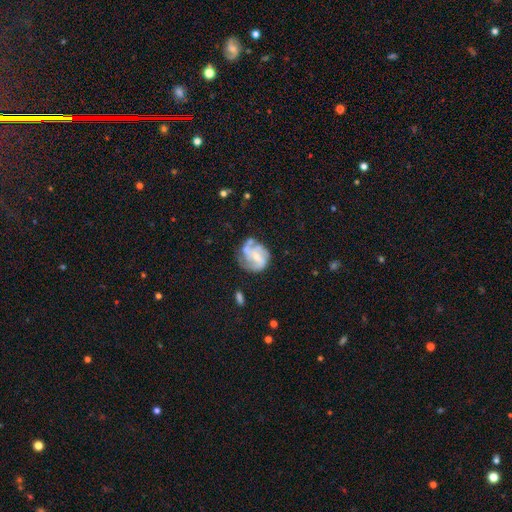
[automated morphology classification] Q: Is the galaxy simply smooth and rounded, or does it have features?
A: featured or disk — 75%.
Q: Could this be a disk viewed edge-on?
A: no — 98%.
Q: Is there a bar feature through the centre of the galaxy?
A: no — 48%.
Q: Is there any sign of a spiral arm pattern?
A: yes — 87%.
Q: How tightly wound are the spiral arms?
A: medium — 44%.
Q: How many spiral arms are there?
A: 3 — 38%.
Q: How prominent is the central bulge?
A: small — 57%.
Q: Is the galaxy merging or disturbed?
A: none — 54%.